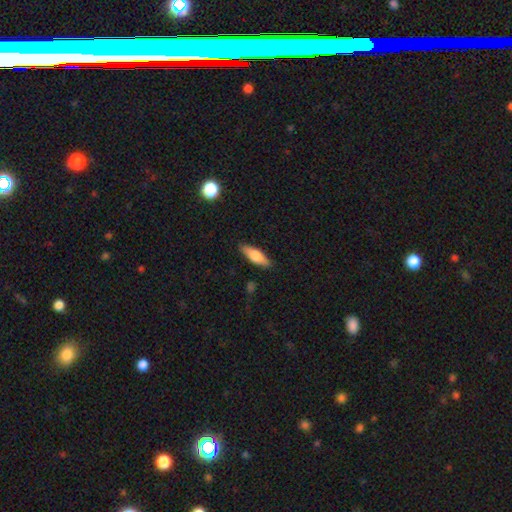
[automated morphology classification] This appears to be a smooth galaxy with no disk features (64%) that is in between round and cigar-shaped (51%). Merging: none (86%).